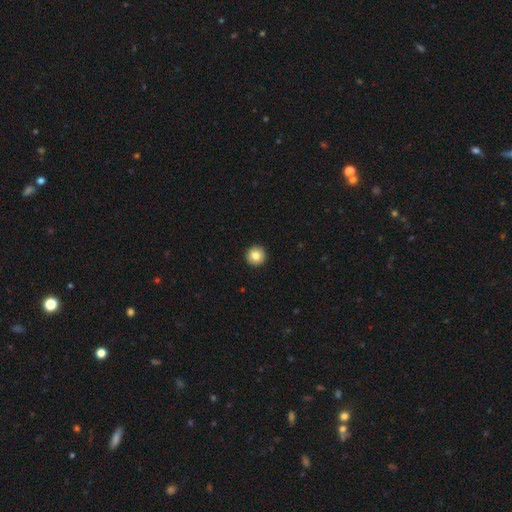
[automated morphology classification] Smooth or featured? smooth (83%)
How rounded? round (97%)
Merging? none (94%)